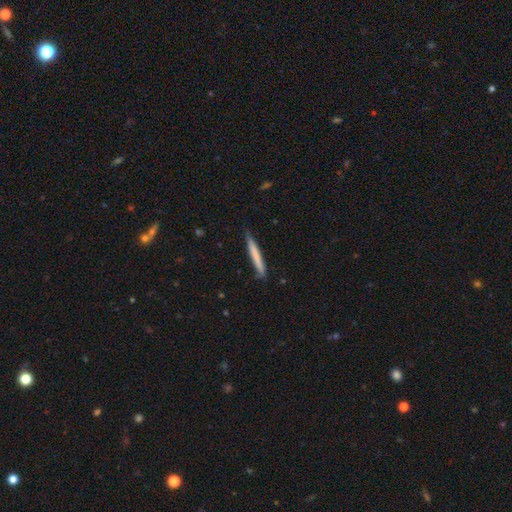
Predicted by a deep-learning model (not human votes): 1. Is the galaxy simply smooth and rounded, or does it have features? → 70% smooth, 25% featured or disk, 5% star or artifact.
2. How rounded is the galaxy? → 96% cigar-shaped, 2% in between, 1% round.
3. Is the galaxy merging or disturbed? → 83% none, 14% minor disturbance, 2% major disturbance, 1% merger.